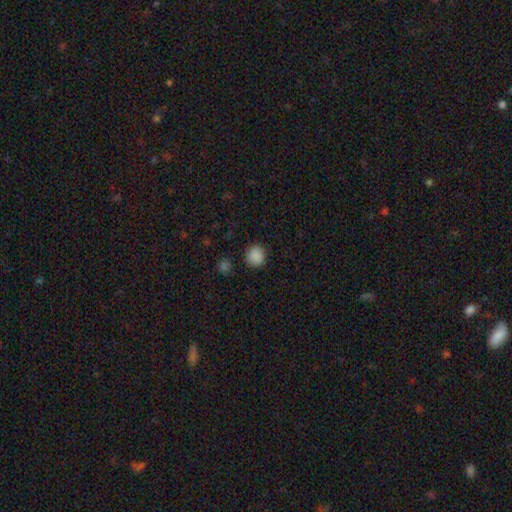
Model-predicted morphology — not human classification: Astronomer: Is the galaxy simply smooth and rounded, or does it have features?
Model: smooth — 87%.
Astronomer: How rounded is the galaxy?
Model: round — 90%.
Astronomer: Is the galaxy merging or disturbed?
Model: none — 88%.